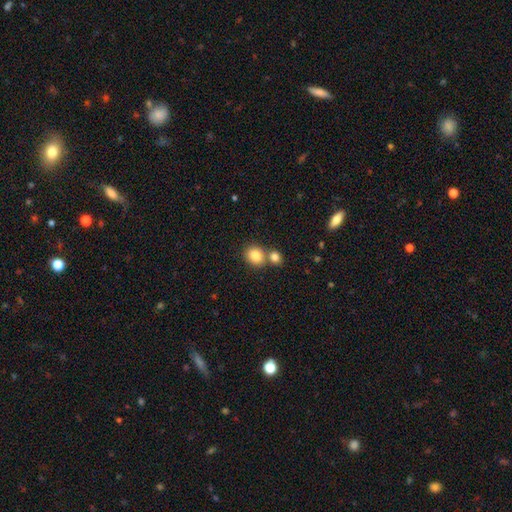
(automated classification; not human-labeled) Smooth or featured? Predicted: smooth (p=0.83). How rounded? Predicted: round (p=0.72). Merging? Predicted: none (p=0.56).